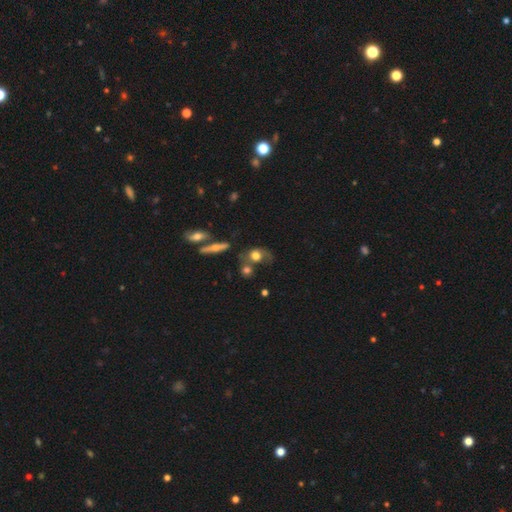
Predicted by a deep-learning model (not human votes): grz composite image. It shows a smooth galaxy with no disk features (55%) that is round (54%). Merging: none (35%).